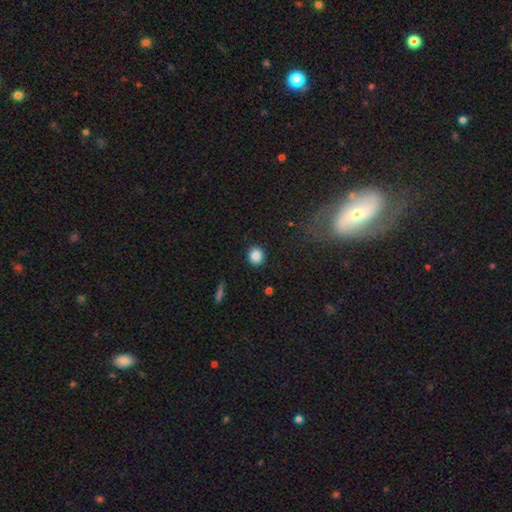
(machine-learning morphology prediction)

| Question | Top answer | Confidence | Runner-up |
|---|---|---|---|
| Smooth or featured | smooth | 86% | star or artifact (10%) |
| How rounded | round | 89% | in between (10%) |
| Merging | none | 91% | minor disturbance (6%) |